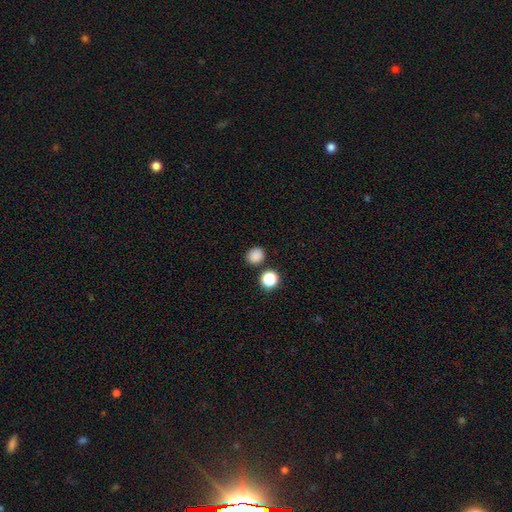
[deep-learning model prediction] Smooth or featured? smooth (84%)
How rounded? round (70%)
Merging? none (83%)